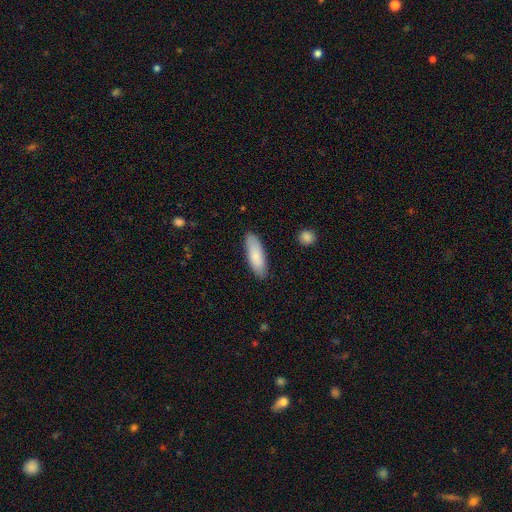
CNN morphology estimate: Smooth or featured?
  - smooth: 83% *
  - featured or disk: 12%
  - star or artifact: 5%
How rounded?
  - in between: 57% *
  - cigar-shaped: 41%
  - round: 2%
Merging?
  - none: 86% *
  - minor disturbance: 11%
  - major disturbance: 2%
  - merger: 1%